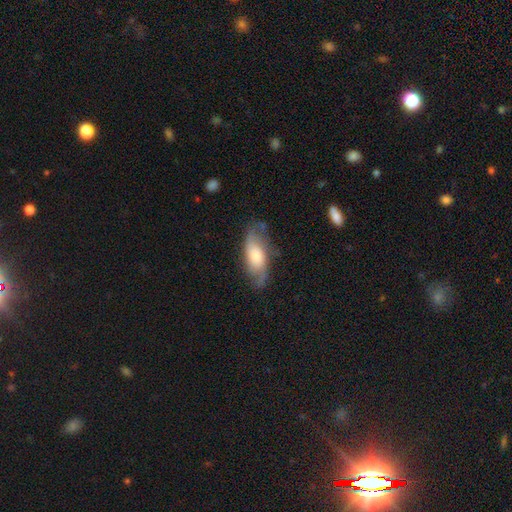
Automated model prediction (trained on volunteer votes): smooth-or-featured: featured or disk: 49% | smooth: 44% | star or artifact: 7%
  merging: none: 61% | minor disturbance: 25% | major disturbance: 12% | merger: 2%